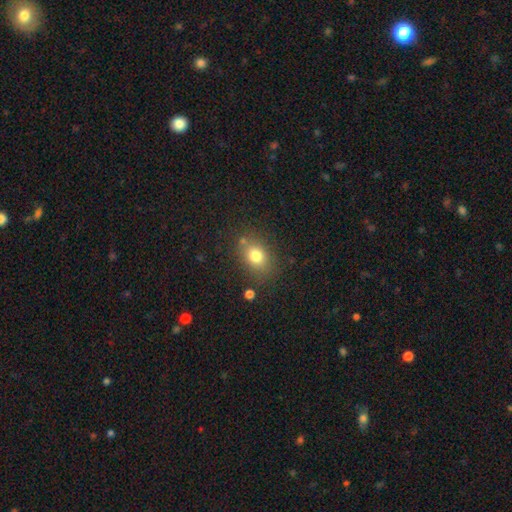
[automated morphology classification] The model was most divided on "how rounded": in between: 63%, round: 36%, cigar-shaped: 1%. More confident: smooth or featured — smooth (78%); merging — none (77%).